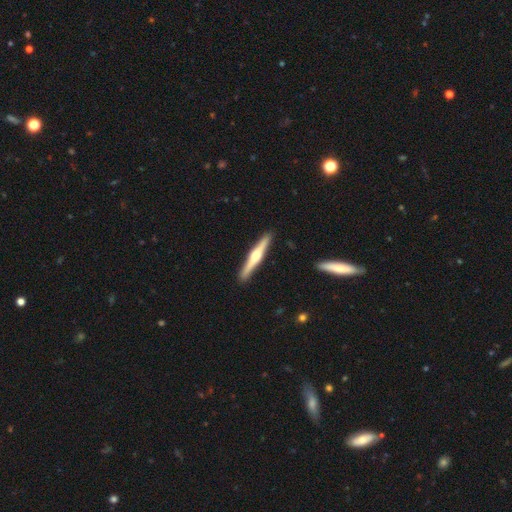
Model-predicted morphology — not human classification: Smooth or featured? featured or disk (68%)
Edge-on disk? yes (98%)
Edge-on bulge? rounded (89%)
Merging? none (92%)